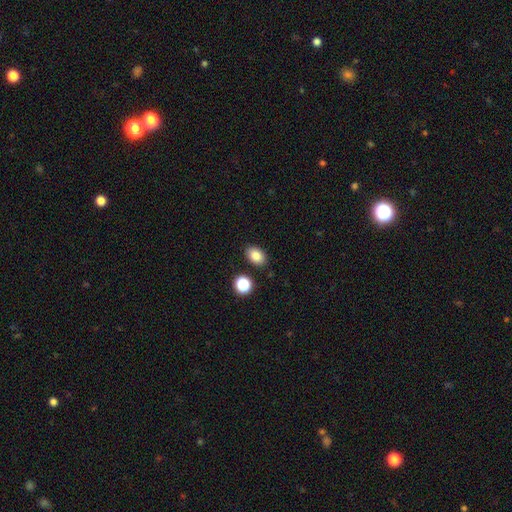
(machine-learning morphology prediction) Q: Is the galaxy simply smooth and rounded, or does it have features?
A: smooth — 83%.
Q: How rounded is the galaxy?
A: in between — 83%.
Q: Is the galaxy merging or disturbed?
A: none — 85%.